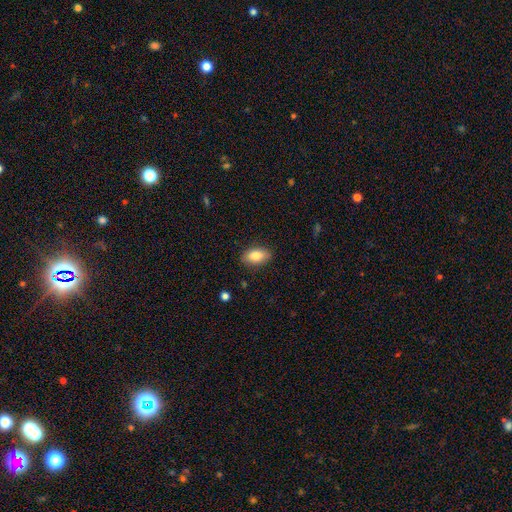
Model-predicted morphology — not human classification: Smooth or featured: smooth — 84% (featured or disk — 9%)
How rounded: in between — 91% (round — 5%)
Merging: none — 86% (minor disturbance — 11%)